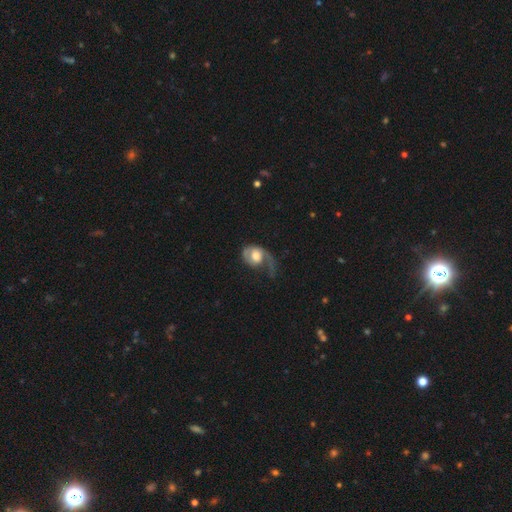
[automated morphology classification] Smooth or featured? featured or disk (56%)
Edge-on disk? no (96%)
Bar? no (73%)
Spiral arms? yes (77%)
Bulge size? moderate (47%)
Merging? major disturbance (53%)